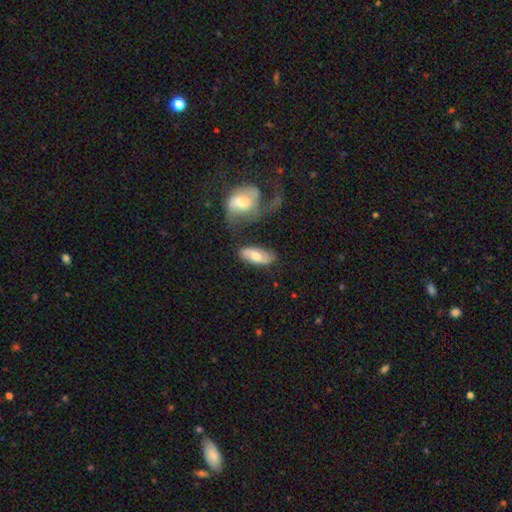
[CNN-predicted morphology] A smooth galaxy with no disk features (60%) that is in between round and cigar-shaped (82%).

Vote fractions:
- Smooth or featured? smooth: 60% / featured or disk: 33% / star or artifact: 6%
- How rounded? in between: 82% / cigar-shaped: 15% / round: 3%
- Merging? none: 63% / minor disturbance: 19% / merger: 11% / major disturbance: 7%